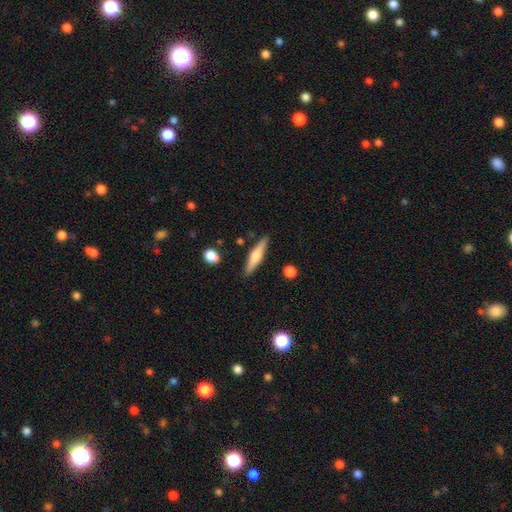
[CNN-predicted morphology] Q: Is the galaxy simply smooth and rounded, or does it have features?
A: featured or disk — 50%.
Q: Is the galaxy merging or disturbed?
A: none — 86%.